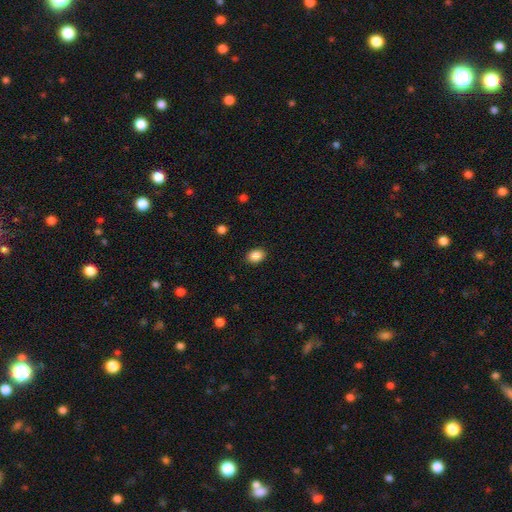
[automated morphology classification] Smooth or featured? smooth (88%)
How rounded? in between (71%)
Merging? none (89%)